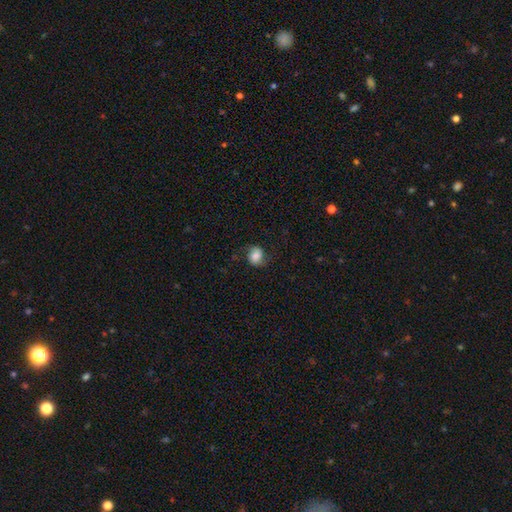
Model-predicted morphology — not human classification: Smooth or featured: smooth — 70% (featured or disk — 21%)
How rounded: round — 57% (in between — 42%)
Merging: none — 71% (minor disturbance — 20%)